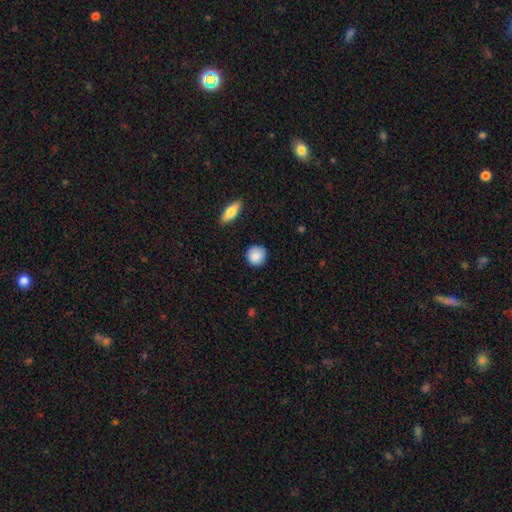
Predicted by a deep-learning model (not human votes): Smooth or featured? smooth (89%)
How rounded? round (90%)
Merging? none (89%)